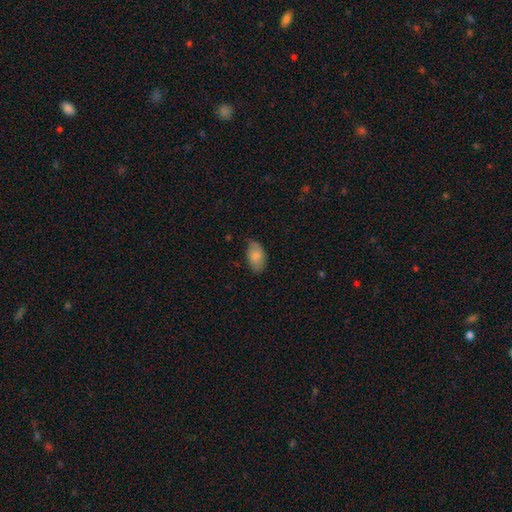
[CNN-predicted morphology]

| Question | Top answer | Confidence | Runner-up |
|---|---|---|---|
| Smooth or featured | smooth | 81% | featured or disk (13%) |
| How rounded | in between | 93% | round (5%) |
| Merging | none | 69% | minor disturbance (25%) |